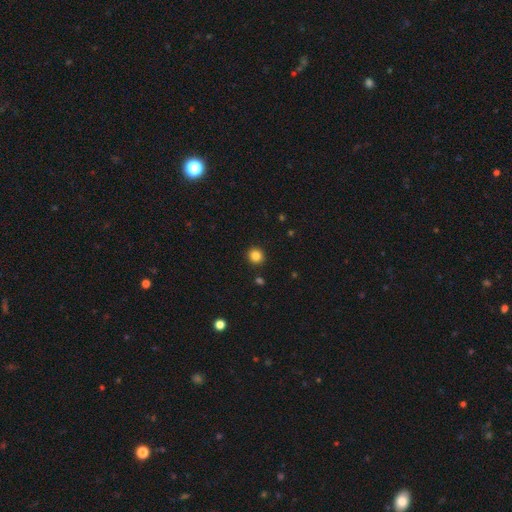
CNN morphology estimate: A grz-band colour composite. It shows a smooth galaxy with no disk features (84%) that is round (91%). Merging: none (91%).